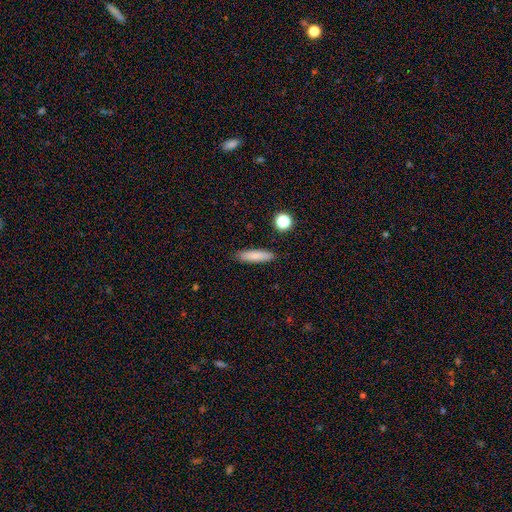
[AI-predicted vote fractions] A smooth galaxy with no disk features (81%) that is cigar-shaped (75%).

Vote fractions:
- Smooth or featured? smooth: 81% / featured or disk: 10% / star or artifact: 8%
- How rounded? cigar-shaped: 75% / in between: 23% / round: 2%
- Merging? none: 89% / minor disturbance: 8% / major disturbance: 2% / merger: 2%